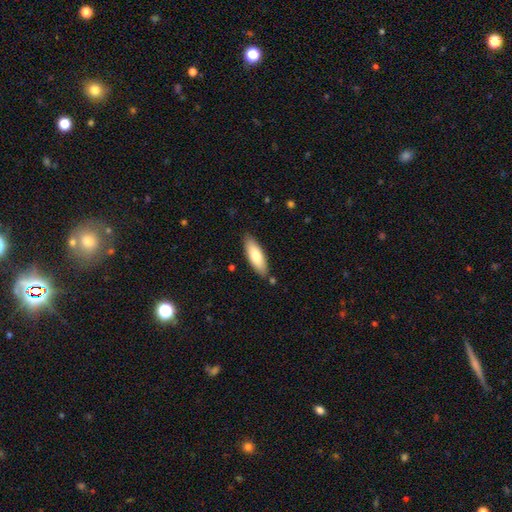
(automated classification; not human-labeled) A smooth galaxy with no disk features (76%) that is in between round and cigar-shaped (59%). Merging: none (85%).